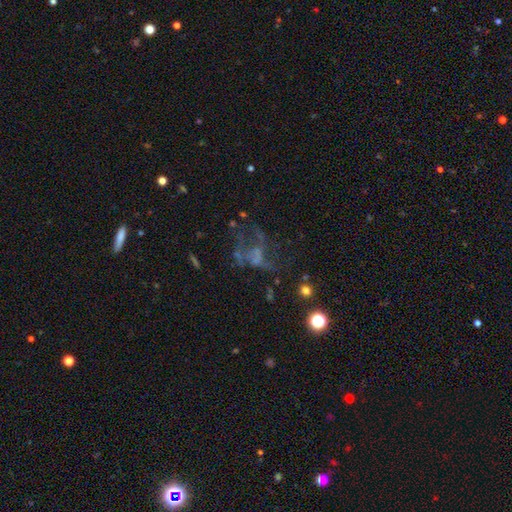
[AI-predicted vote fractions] smooth-or-featured: featured or disk: 49% | star or artifact: 29% | smooth: 22%
  merging: major disturbance: 42% | none: 36% | minor disturbance: 14% | merger: 8%